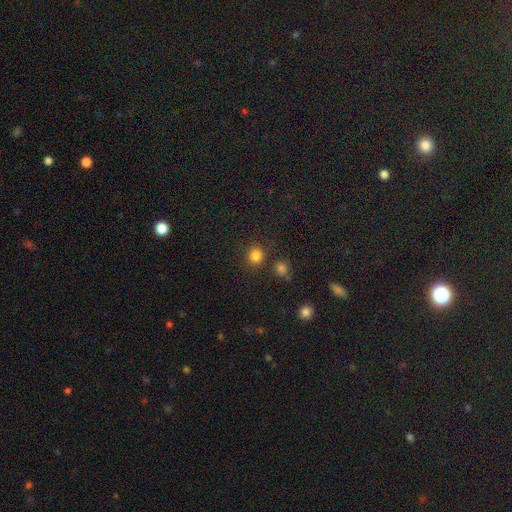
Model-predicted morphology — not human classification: A smooth galaxy with no disk features (82%) that is round (86%). Merging: none (80%).